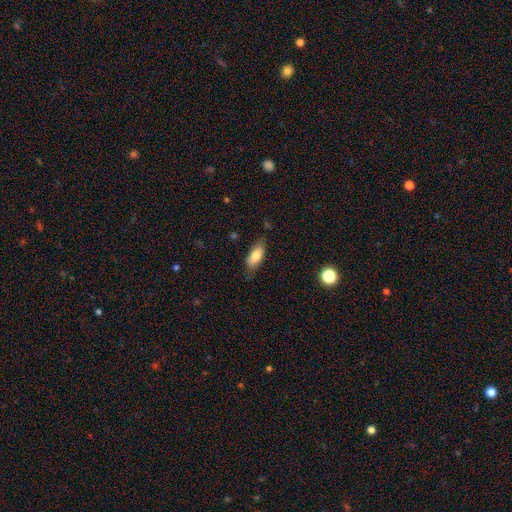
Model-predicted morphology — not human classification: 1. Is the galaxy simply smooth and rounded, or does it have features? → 78% smooth, 15% featured or disk, 7% star or artifact.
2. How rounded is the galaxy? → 80% in between, 18% cigar-shaped, 3% round.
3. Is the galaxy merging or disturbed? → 74% none, 20% minor disturbance, 4% major disturbance, 2% merger.